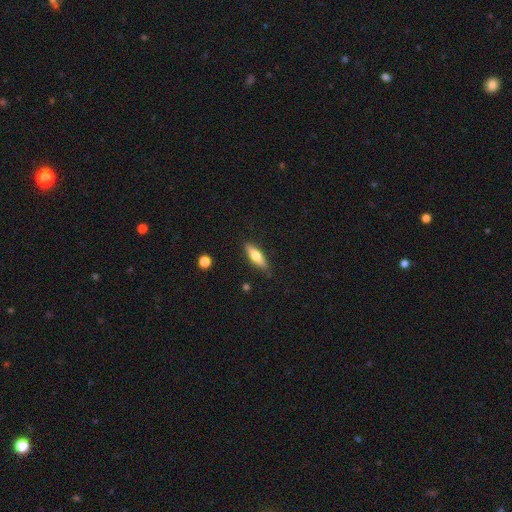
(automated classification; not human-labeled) Smooth or featured: smooth — 64% (featured or disk — 30%)
How rounded: cigar-shaped — 52% (in between — 46%)
Merging: none — 86% (minor disturbance — 11%)